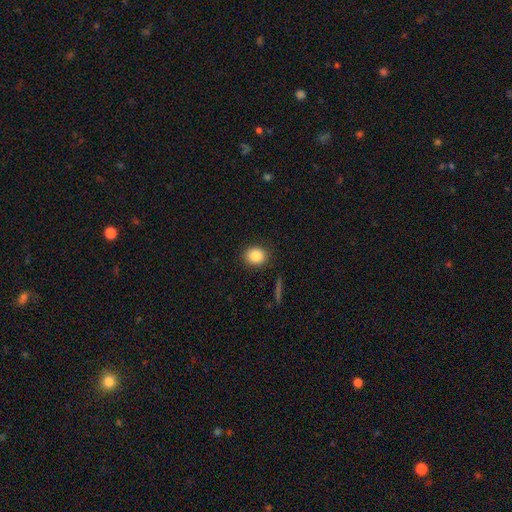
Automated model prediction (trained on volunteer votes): This appears to be a smooth galaxy with no disk features (87%) that is round (69%). Merging: none (88%).